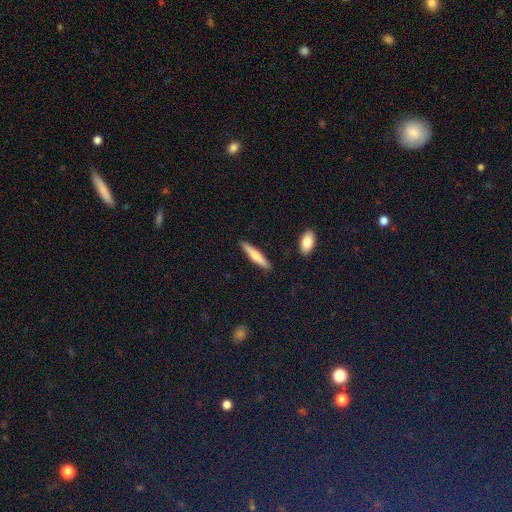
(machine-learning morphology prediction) This appears to be a smooth galaxy with no disk features (63%) that is cigar-shaped (87%). Merging: none (88%).